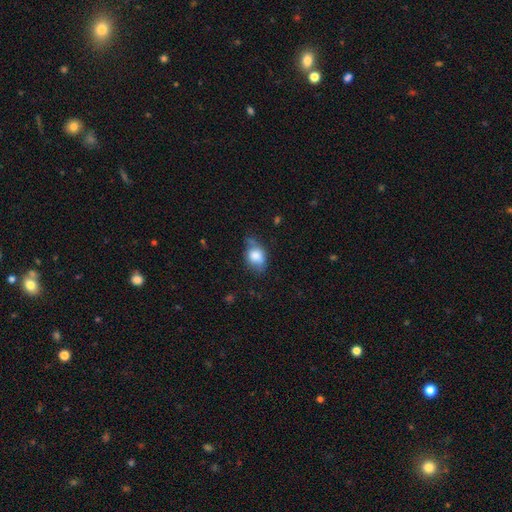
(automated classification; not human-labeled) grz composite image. It shows a smooth galaxy with no disk features (73%) that is in between round and cigar-shaped (74%). Merging: none (48%).